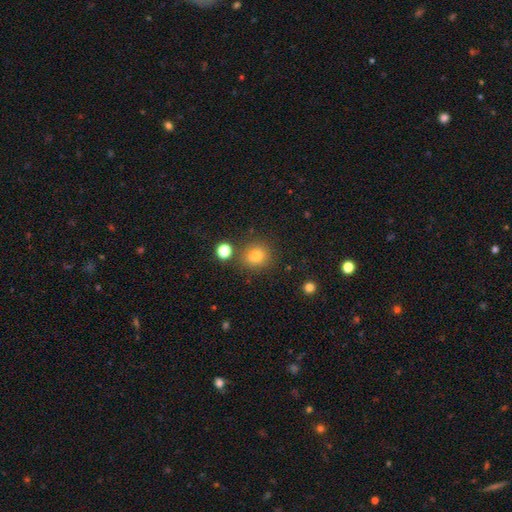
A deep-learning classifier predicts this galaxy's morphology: Q: Smooth or featured?
A: smooth (80%); runner-up: star or artifact (13%)
Q: How rounded?
A: round (83%); runner-up: in between (16%)
Q: Merging?
A: none (82%); runner-up: minor disturbance (9%)